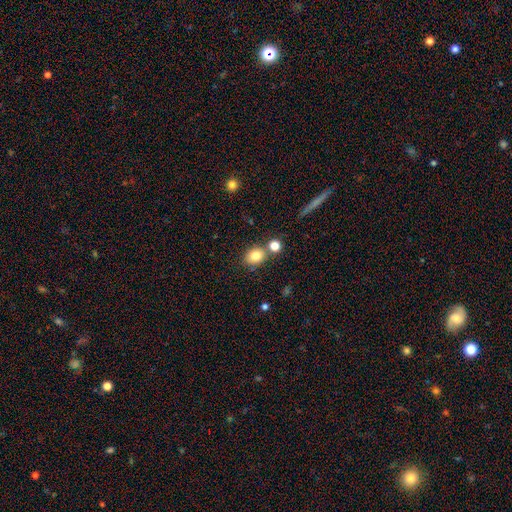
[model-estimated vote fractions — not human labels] Smooth or featured?
  - smooth: 80% *
  - star or artifact: 11%
  - featured or disk: 9%
How rounded?
  - round: 56% *
  - in between: 43%
  - cigar-shaped: 1%
Merging?
  - none: 70% *
  - merger: 16%
  - minor disturbance: 11%
  - major disturbance: 3%